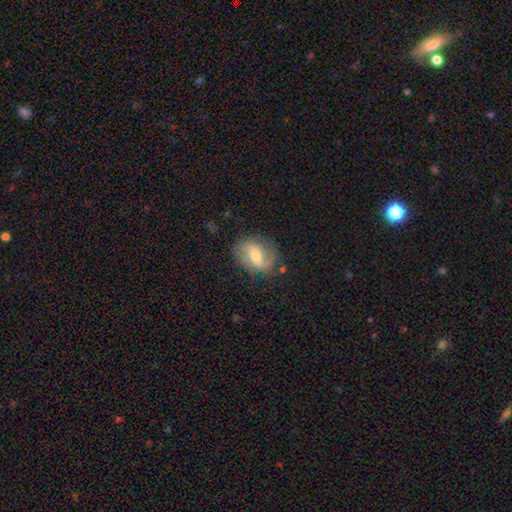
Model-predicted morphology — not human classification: A featured or disk galaxy (58%) with a weak bar (46%), spiral arms (78%) and a moderate central bulge (59%).

Vote fractions:
- Smooth or featured? featured or disk: 58% / smooth: 35% / star or artifact: 8%
- Edge-on disk? no: 95% / yes: 5%
- Bar? weak: 46% / strong: 27% / no: 27%
- Spiral arms? yes: 78% / no: 22%
- Bulge size? moderate: 59% / small: 34% / large: 4% / none: 1% / dominant: 1%
- Merging? none: 73% / minor disturbance: 18% / major disturbance: 6% / merger: 2%